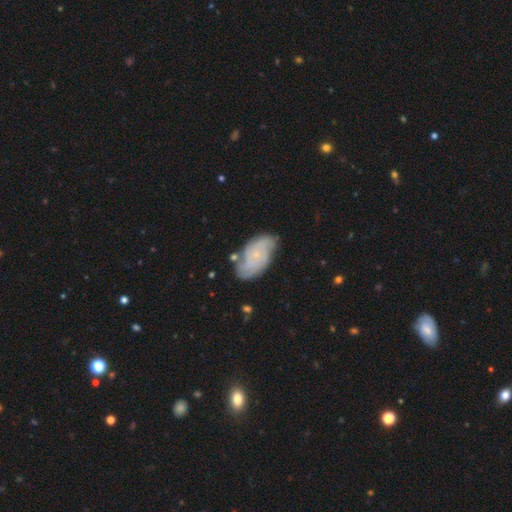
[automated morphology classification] Q: Smooth or featured?
A: featured or disk (69%); runner-up: smooth (24%)
Q: Edge-on disk?
A: no (96%); runner-up: yes (4%)
Q: Bar?
A: no (77%); runner-up: weak (20%)
Q: Spiral arms?
A: yes (87%); runner-up: no (13%)
Q: Spiral winding?
A: tight (56%); runner-up: medium (32%)
Q: Spiral arm count?
A: can't tell (43%); runner-up: 2 (19%)
Q: Bulge size?
A: small (81%); runner-up: moderate (11%)
Q: Merging?
A: none (66%); runner-up: minor disturbance (23%)